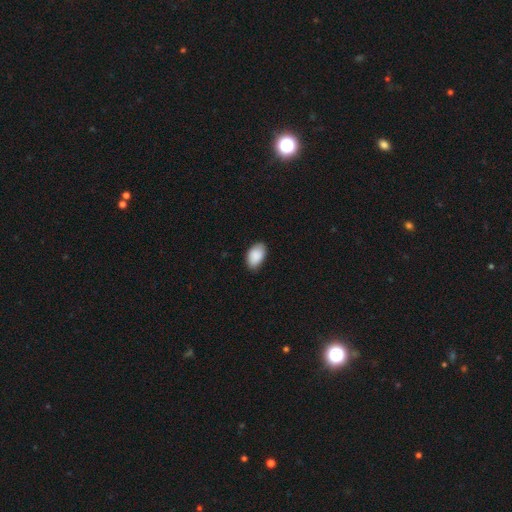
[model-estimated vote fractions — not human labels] A smooth galaxy with no disk features (89%) that is in between round and cigar-shaped (93%).

Vote fractions:
- Smooth or featured? smooth: 89% / star or artifact: 6% / featured or disk: 4%
- How rounded? in between: 93% / round: 6% / cigar-shaped: 1%
- Merging? none: 81% / minor disturbance: 15% / major disturbance: 2% / merger: 1%